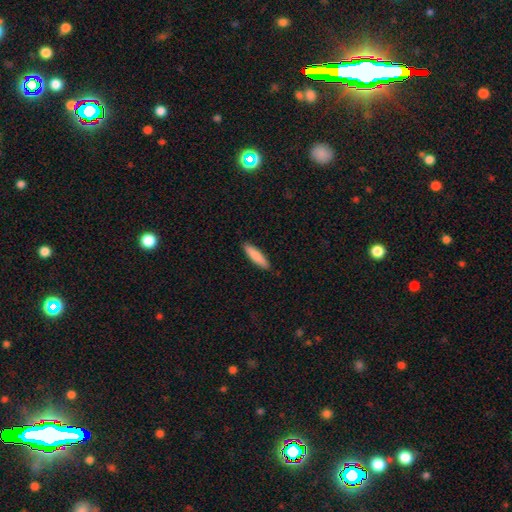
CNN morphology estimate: This is clearly a smooth galaxy (85%). How rounded: likely cigar-shaped (79%). Merging: clearly none (89%).